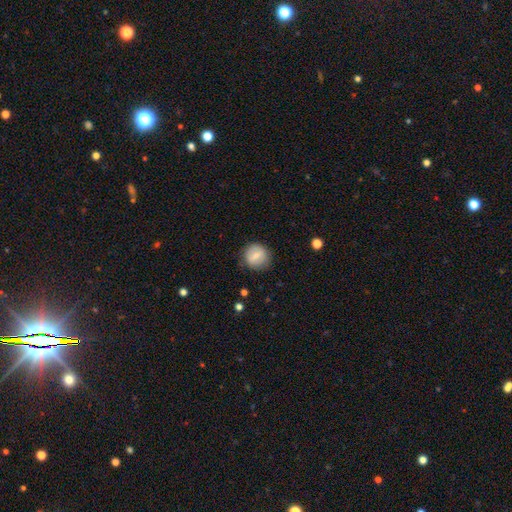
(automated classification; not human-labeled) Smooth or featured? smooth (69%)
How rounded? round (88%)
Merging? none (82%)